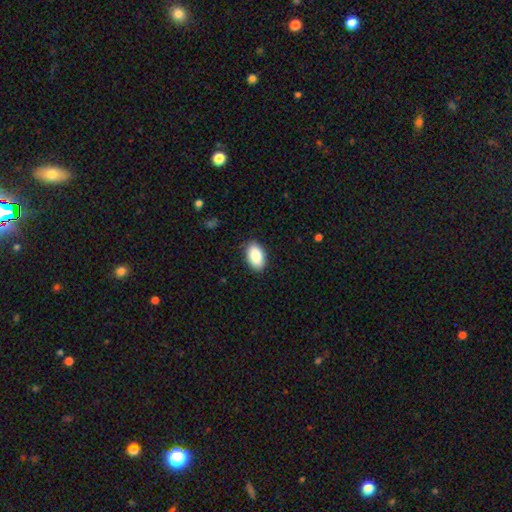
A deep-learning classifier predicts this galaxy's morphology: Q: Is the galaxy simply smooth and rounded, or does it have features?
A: smooth — 89%.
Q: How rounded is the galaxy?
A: in between — 94%.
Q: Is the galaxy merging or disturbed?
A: none — 87%.